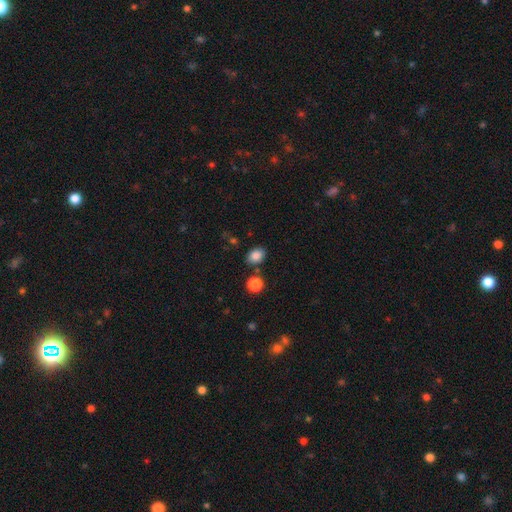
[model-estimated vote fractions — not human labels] Overall: smooth (84%). How rounded: in between (67%; round 32%). Merging: none (79%).